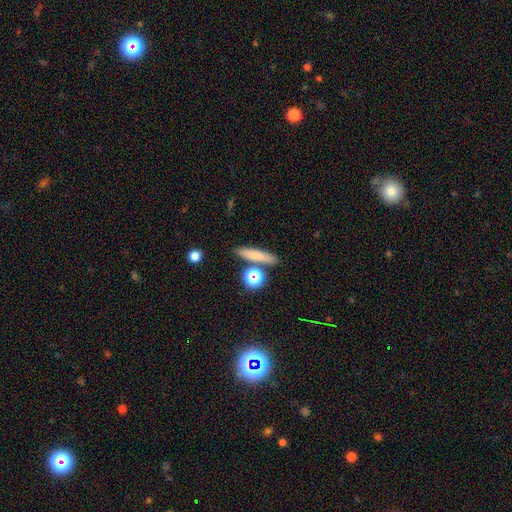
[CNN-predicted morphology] The model was most divided on "how rounded": cigar-shaped: 74%, in between: 18%, round: 7%. More confident: merging — none (80%); smooth or featured — smooth (77%).